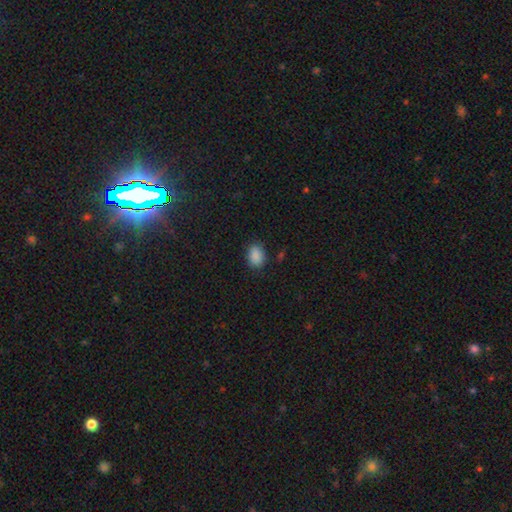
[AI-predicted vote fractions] This is clearly a smooth galaxy (88%). How rounded: likely in between (75%). Merging: clearly none (83%).